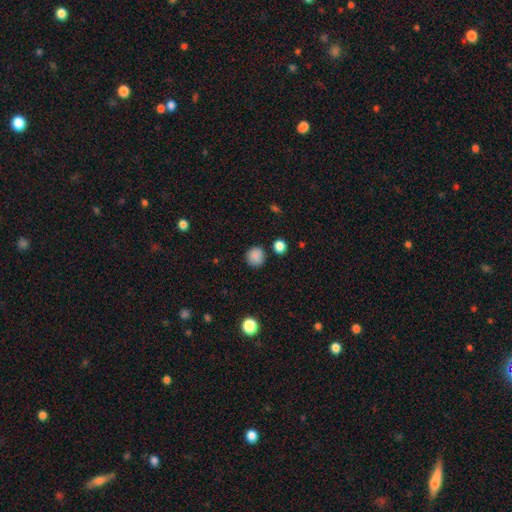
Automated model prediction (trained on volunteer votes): A smooth galaxy with no disk features (86%) that is round (91%).

Vote fractions:
- Smooth or featured? smooth: 86% / star or artifact: 10% / featured or disk: 4%
- How rounded? round: 91% / in between: 8% / cigar-shaped: 1%
- Merging? none: 85% / minor disturbance: 9% / merger: 3% / major disturbance: 3%